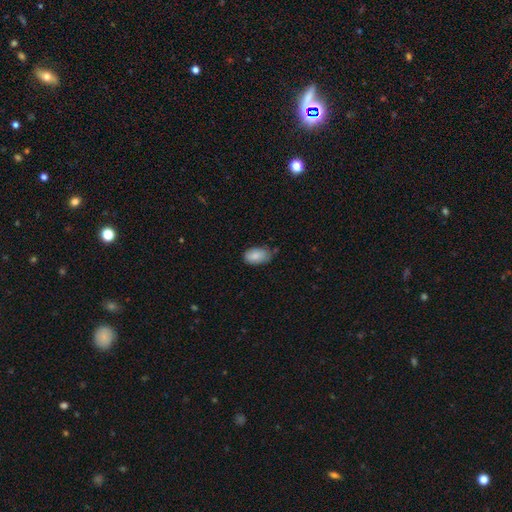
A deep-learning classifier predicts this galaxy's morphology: Smooth or featured?
  - smooth: 85% *
  - featured or disk: 8%
  - star or artifact: 7%
How rounded?
  - in between: 92% *
  - round: 6%
  - cigar-shaped: 1%
Merging?
  - none: 63% *
  - minor disturbance: 30%
  - major disturbance: 4%
  - merger: 3%